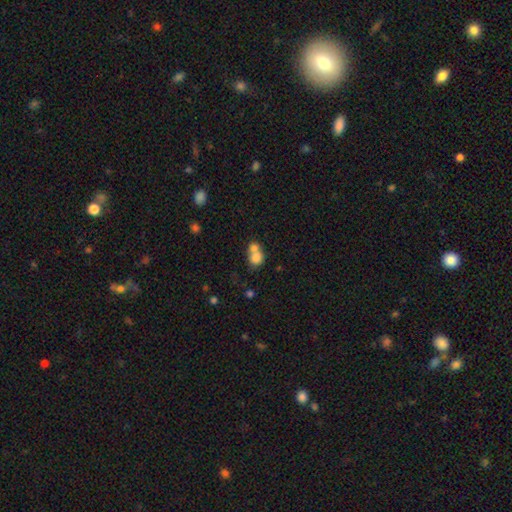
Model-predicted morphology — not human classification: Q: Smooth or featured?
A: smooth (77%); runner-up: featured or disk (14%)
Q: How rounded?
A: round (68%); runner-up: in between (31%)
Q: Merging?
A: merger (65%); runner-up: none (26%)